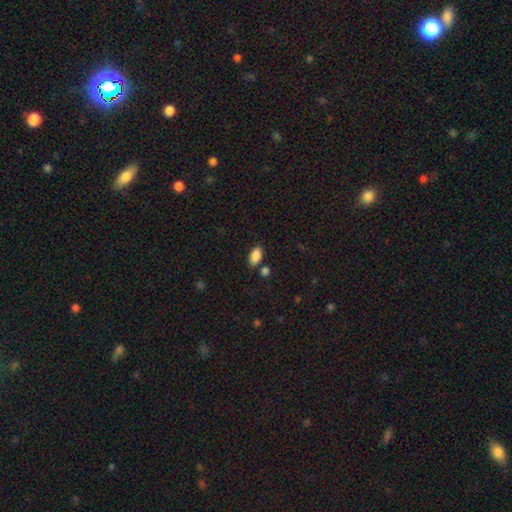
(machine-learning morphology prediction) type=smooth (88%); roundness=in between (92%); merging=none (78%).